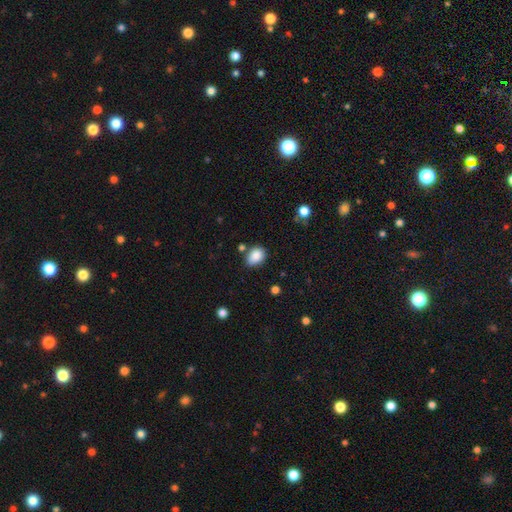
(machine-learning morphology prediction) Smooth or featured?
  - smooth: 87% *
  - star or artifact: 8%
  - featured or disk: 4%
How rounded?
  - in between: 70% *
  - round: 29%
  - cigar-shaped: 1%
Merging?
  - none: 75% *
  - minor disturbance: 16%
  - merger: 6%
  - major disturbance: 4%